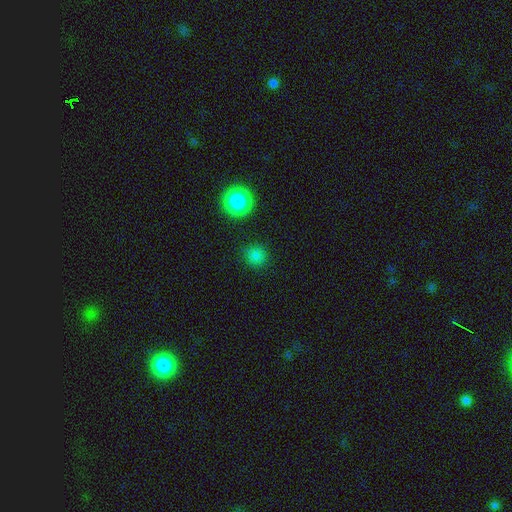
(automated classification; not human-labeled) Overall: smooth (81%). How rounded: round (93%). Merging: none (88%).